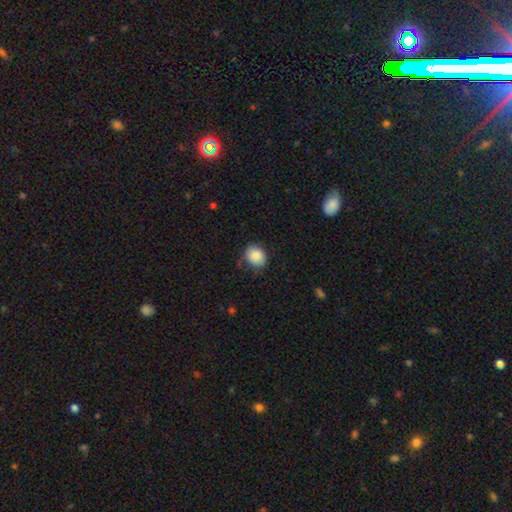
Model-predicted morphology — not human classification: Q: Smooth or featured?
A: smooth (86%); runner-up: star or artifact (8%)
Q: How rounded?
A: round (57%); runner-up: in between (42%)
Q: Merging?
A: none (76%); runner-up: minor disturbance (19%)